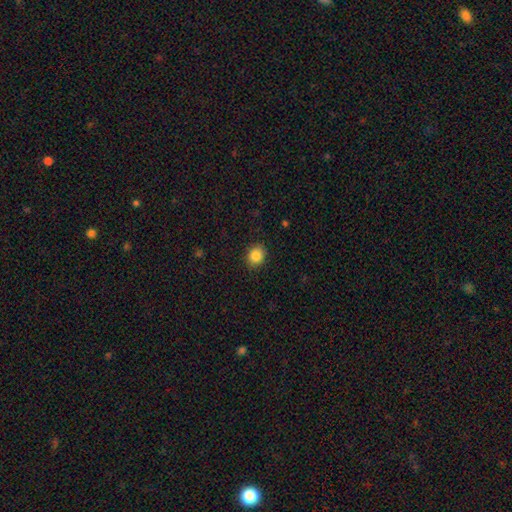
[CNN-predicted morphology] Smooth or featured: smooth — 86% (star or artifact — 10%)
How rounded: round — 68% (in between — 31%)
Merging: none — 89% (minor disturbance — 8%)